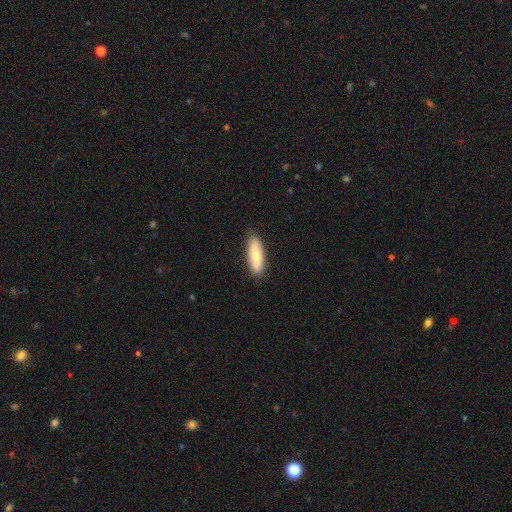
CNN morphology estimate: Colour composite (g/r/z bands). It shows a smooth galaxy with no disk features (75%) that is cigar-shaped (55%). Merging: none (85%).